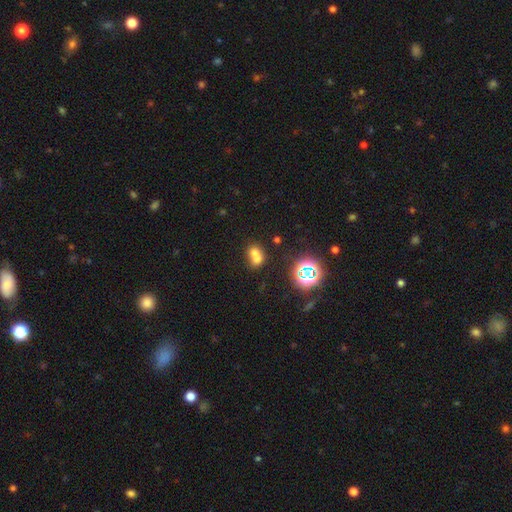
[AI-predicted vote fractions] Overall: smooth (62%). How rounded: round (54%; in between 44%). Merging: merger (64%; none 26%).